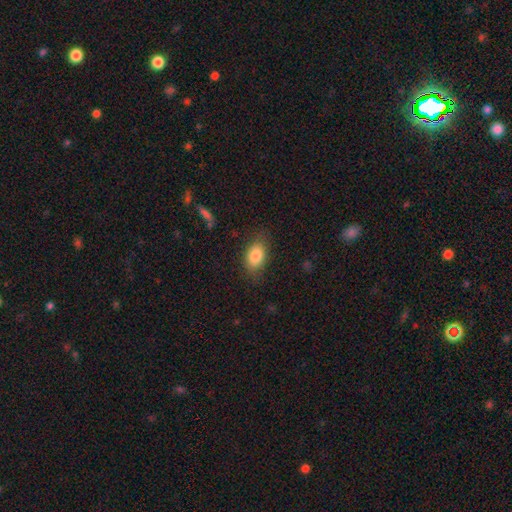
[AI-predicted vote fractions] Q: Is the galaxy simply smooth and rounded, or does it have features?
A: smooth — 84%.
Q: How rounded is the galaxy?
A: in between — 87%.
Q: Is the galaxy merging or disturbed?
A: none — 79%.